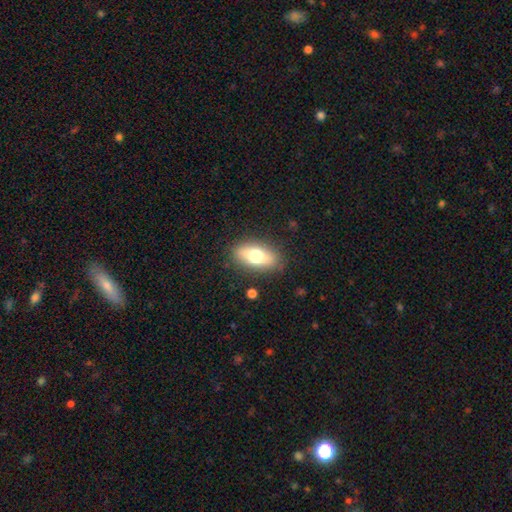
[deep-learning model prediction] Smooth or featured: smooth — 67% (featured or disk — 26%)
How rounded: in between — 85% (cigar-shaped — 8%)
Merging: none — 84% (minor disturbance — 11%)